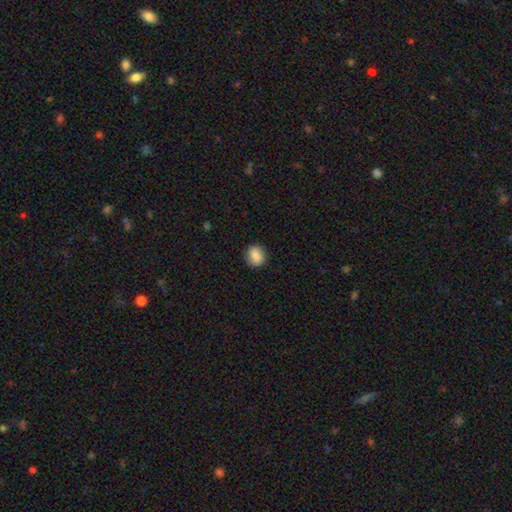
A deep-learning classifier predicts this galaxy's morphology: Smooth or featured: smooth — 83% (featured or disk — 9%)
How rounded: round — 69% (in between — 30%)
Merging: none — 86% (minor disturbance — 10%)